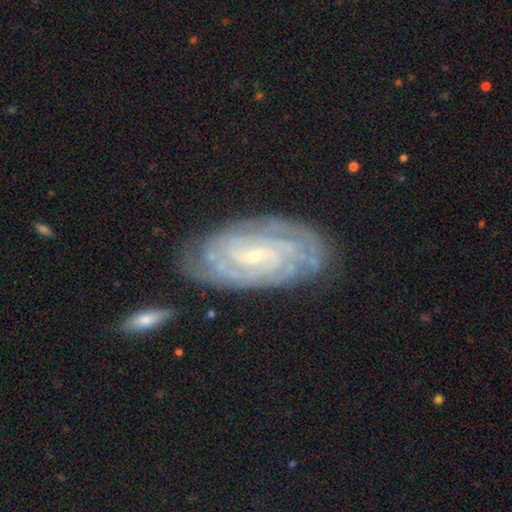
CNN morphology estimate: featured or disk 87%, smooth 7%, star or artifact 6%. Down the decision tree: edge-on disk — no (95%); bar — weak (46%); spiral arms — yes (97%); spiral arm count — can't tell (28%); spiral winding — tight (80%); bulge size — small (77%); merging — none (79%).